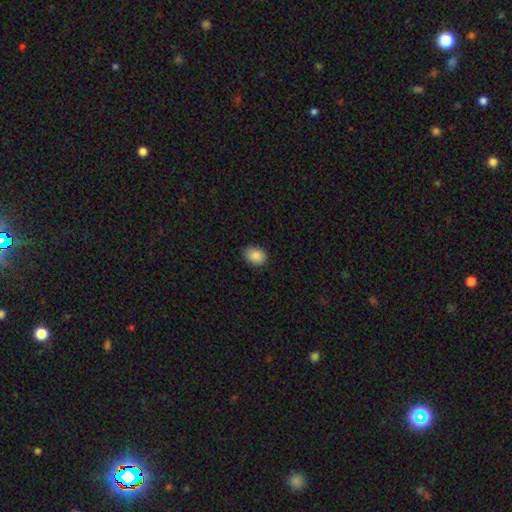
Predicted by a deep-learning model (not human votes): The model was most divided on "how rounded": in between: 63%, round: 36%, cigar-shaped: 1%. More confident: smooth or featured — smooth (89%); merging — none (85%).